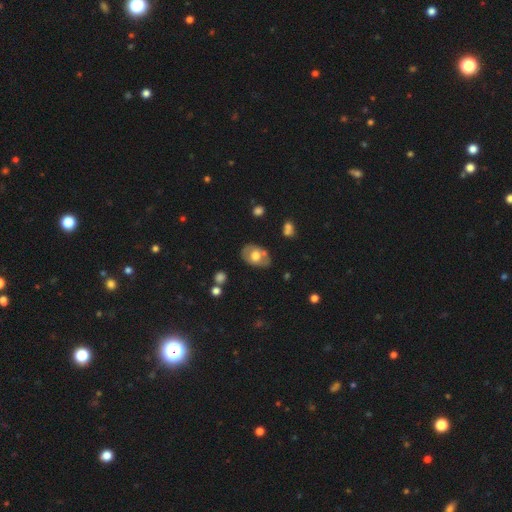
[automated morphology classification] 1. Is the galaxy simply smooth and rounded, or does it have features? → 54% smooth, 39% featured or disk, 7% star or artifact.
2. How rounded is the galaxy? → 80% in between, 19% round, 1% cigar-shaped.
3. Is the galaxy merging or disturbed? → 69% none, 19% minor disturbance, 6% merger, 6% major disturbance.